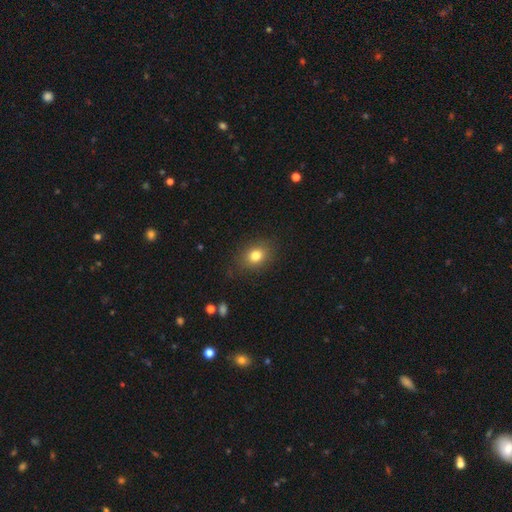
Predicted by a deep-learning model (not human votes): Smooth or featured: smooth — 80% (star or artifact — 11%)
How rounded: in between — 53% (round — 46%)
Merging: none — 83% (minor disturbance — 12%)